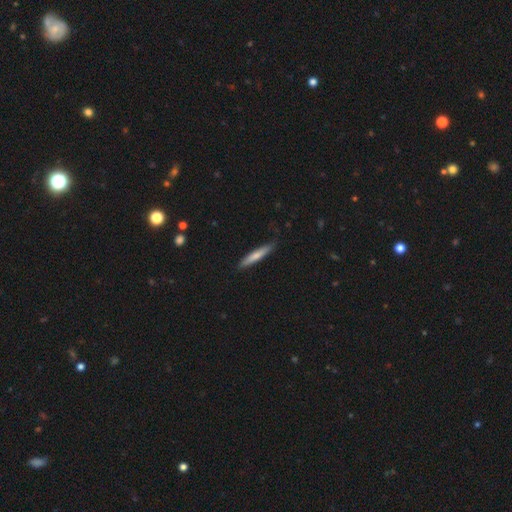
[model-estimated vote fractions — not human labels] smooth-or-featured: smooth: 68% | featured or disk: 27% | star or artifact: 5%
  how-rounded: cigar-shaped: 92% | in between: 7% | round: 1%
  merging: none: 87% | minor disturbance: 10% | major disturbance: 2% | merger: 1%